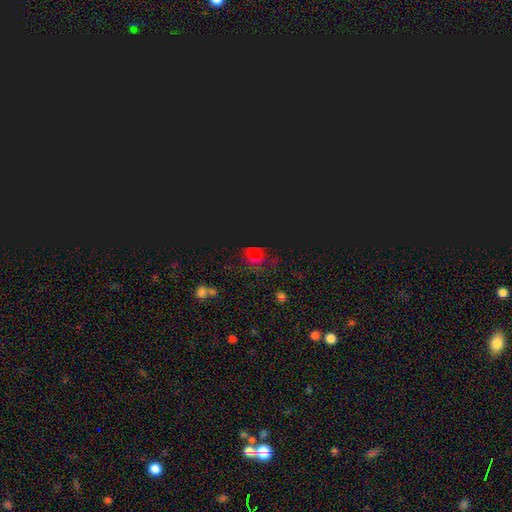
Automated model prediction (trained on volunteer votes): A star or artifact, not a galaxy (63%).

Vote fractions:
- Smooth or featured? star or artifact: 63% / smooth: 27% / featured or disk: 11%